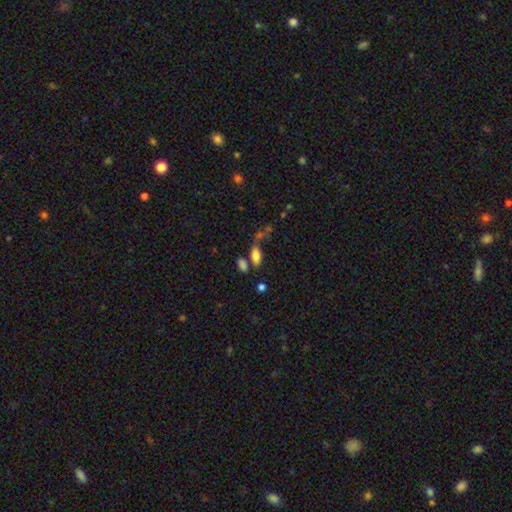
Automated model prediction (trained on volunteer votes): smooth-or-featured: smooth: 79% | star or artifact: 11% | featured or disk: 10%
  how-rounded: in between: 84% | cigar-shaped: 12% | round: 4%
  merging: none: 55% | merger: 20% | minor disturbance: 17% | major disturbance: 8%